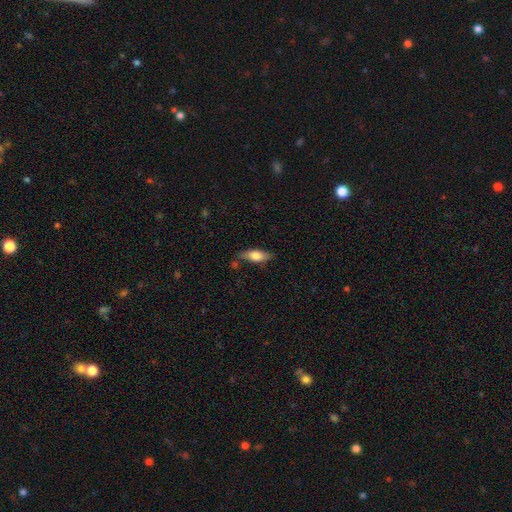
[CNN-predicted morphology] smooth_or_featured: smooth (p=0.66) [alt: featured or disk p=0.27]
how_rounded: in between (p=0.67) [alt: cigar-shaped p=0.30]
merging: none (p=0.73) [alt: minor disturbance p=0.19]